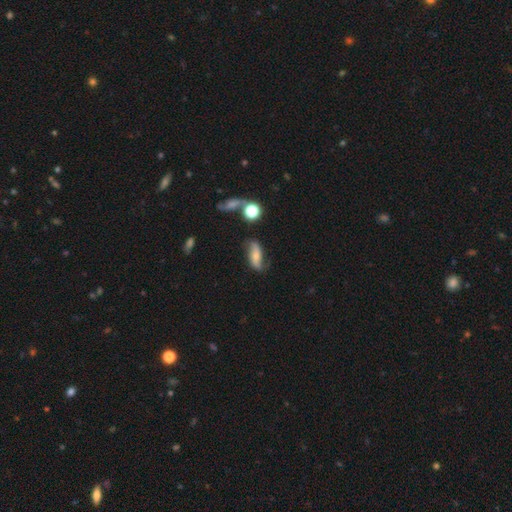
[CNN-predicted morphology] Smooth or featured?
  - featured or disk: 56% *
  - smooth: 35%
  - star or artifact: 10%
Edge-on disk?
  - no: 86% *
  - yes: 14%
Merging?
  - none: 61% *
  - minor disturbance: 24%
  - major disturbance: 10%
  - merger: 5%